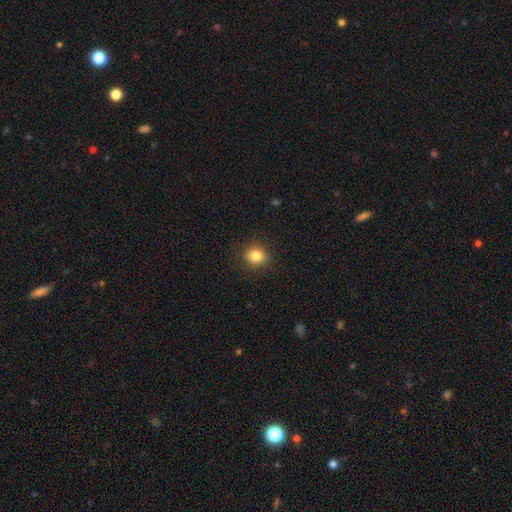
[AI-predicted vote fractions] smooth_or_featured: smooth (p=0.83) [alt: star or artifact p=0.11]
how_rounded: round (p=0.73) [alt: in between p=0.26]
merging: none (p=0.89) [alt: minor disturbance p=0.07]